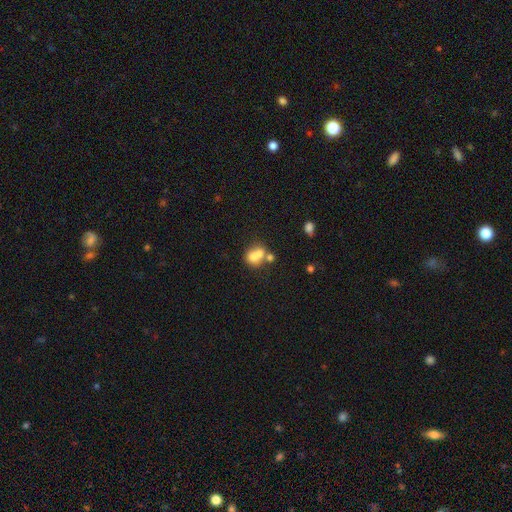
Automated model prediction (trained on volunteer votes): Smooth or featured? smooth (67%)
How rounded? round (62%)
Merging? merger (60%)